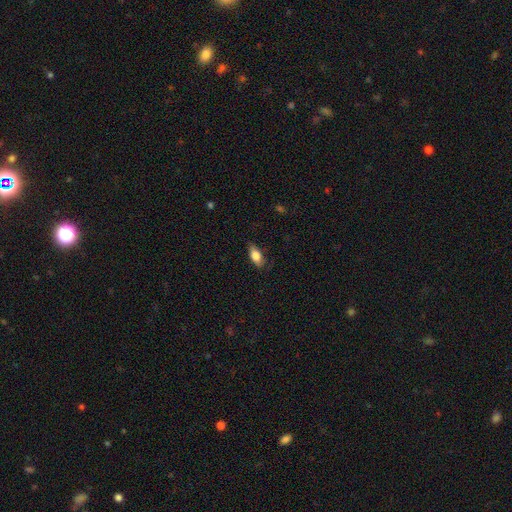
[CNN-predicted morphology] Smooth or featured: smooth — 78% (featured or disk — 16%)
How rounded: in between — 84% (cigar-shaped — 12%)
Merging: none — 78% (minor disturbance — 18%)